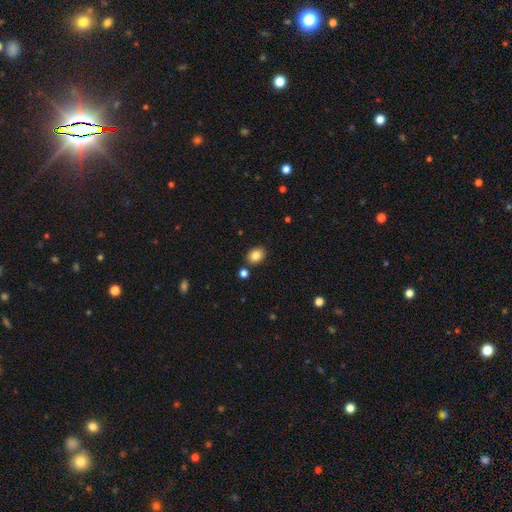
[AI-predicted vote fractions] Smooth or featured? smooth (84%)
How rounded? in between (57%)
Merging? none (84%)